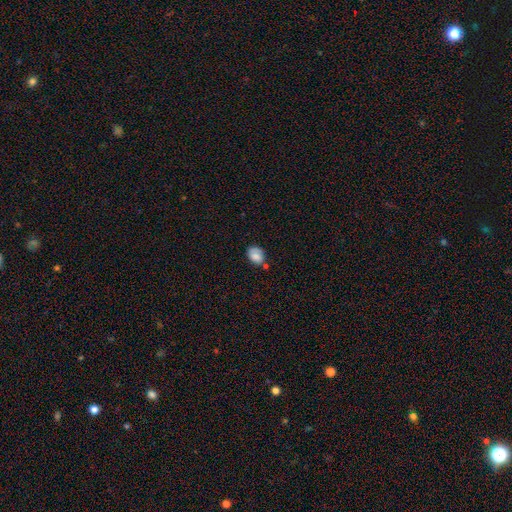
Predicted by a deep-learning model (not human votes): Morphology: type=smooth (76%); roundness=in between (66%); merging=none (56%).